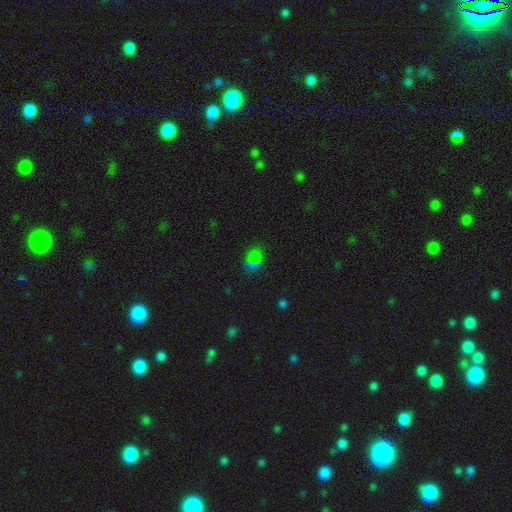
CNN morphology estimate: Smooth or featured? smooth (53%)
How rounded? round (52%)
Merging? none (72%)